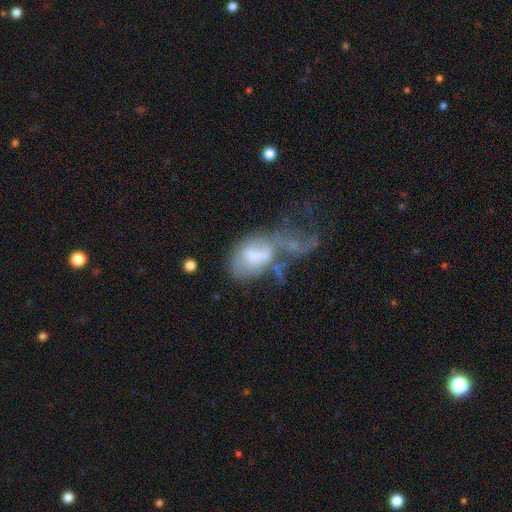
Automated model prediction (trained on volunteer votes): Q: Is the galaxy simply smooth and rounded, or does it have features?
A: smooth — 50%.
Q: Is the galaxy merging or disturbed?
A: merger — 44%.